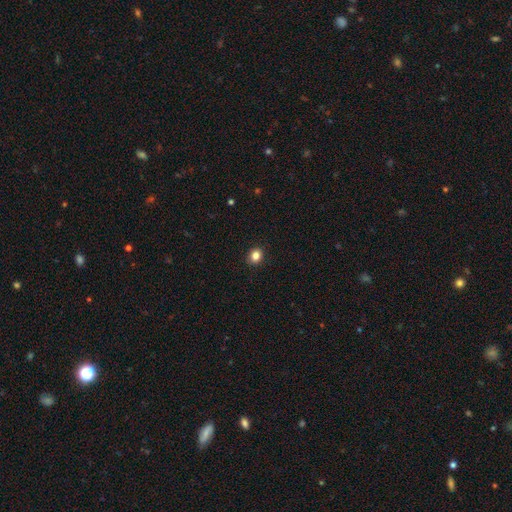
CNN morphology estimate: smooth 84%, star or artifact 11%, featured or disk 5%. Down the decision tree: how rounded — round (67%); merging — none (91%).